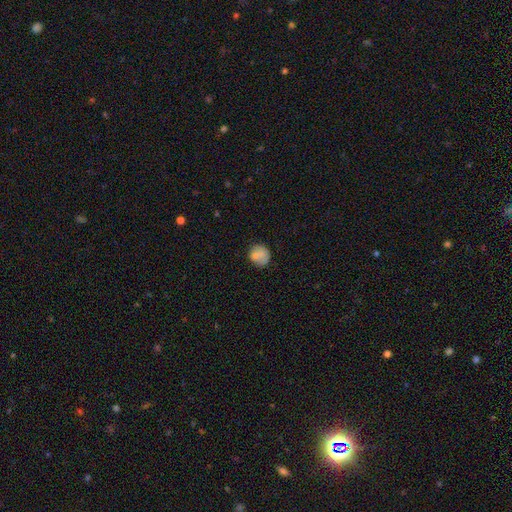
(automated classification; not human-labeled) The model was most divided on "merging": none: 70%, minor disturbance: 19%, merger: 5%, major disturbance: 5%. More confident: how rounded — round (83%); smooth or featured — smooth (74%).